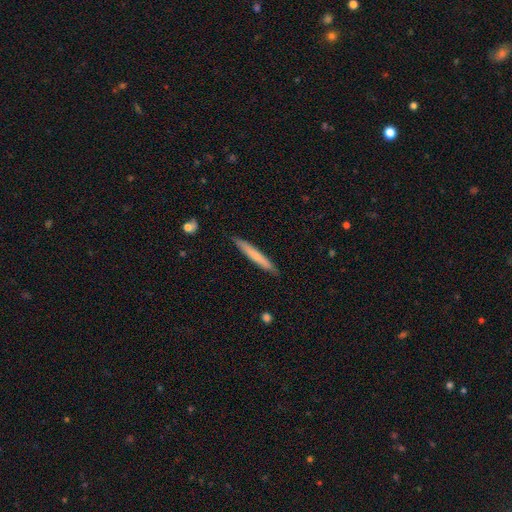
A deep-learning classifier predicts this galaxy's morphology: Smooth or featured? smooth (66%)
How rounded? cigar-shaped (96%)
Merging? none (89%)